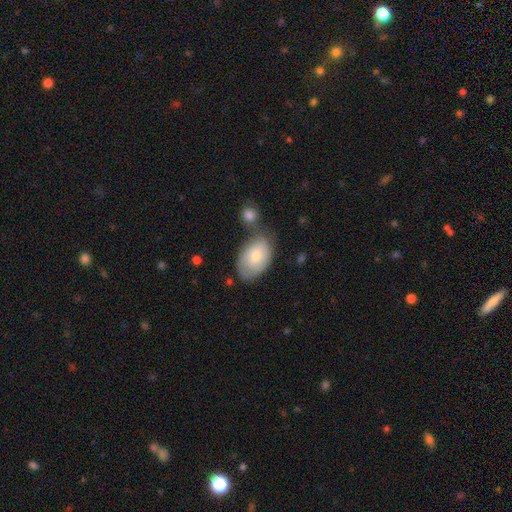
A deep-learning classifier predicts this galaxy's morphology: A smooth galaxy with no disk features (64%) that is in between round and cigar-shaped (87%). Merging: none (53%).